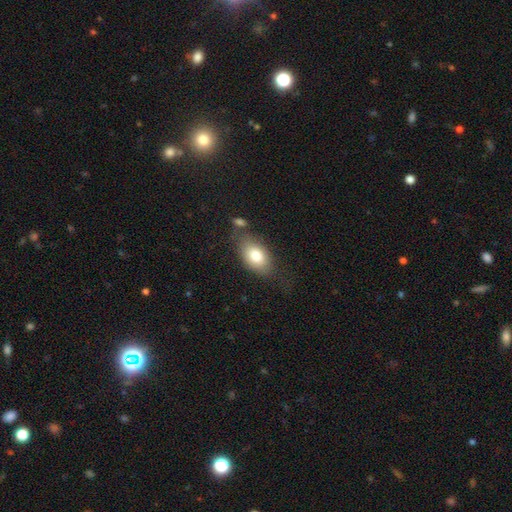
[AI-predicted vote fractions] smooth_or_featured: smooth (p=0.79) [alt: featured or disk p=0.14]
how_rounded: in between (p=0.88) [alt: round p=0.09]
merging: none (p=0.61) [alt: minor disturbance p=0.22]